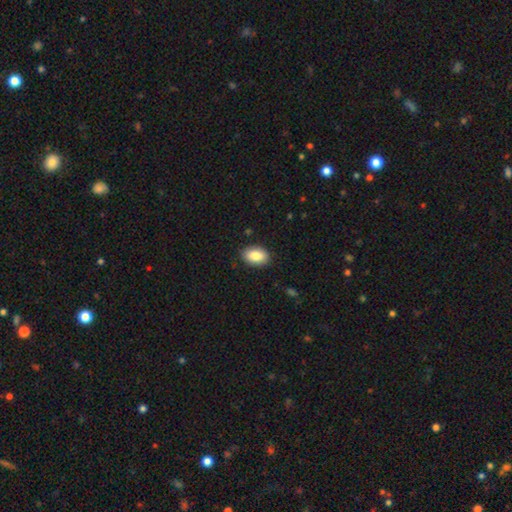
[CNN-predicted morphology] type=smooth (85%); roundness=in between (89%); merging=none (88%).